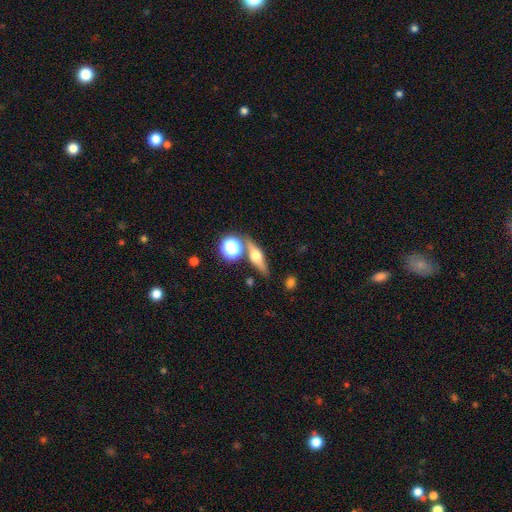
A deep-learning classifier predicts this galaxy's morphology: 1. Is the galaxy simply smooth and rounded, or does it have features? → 57% featured or disk, 32% smooth, 11% star or artifact.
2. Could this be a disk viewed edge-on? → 91% yes, 9% no.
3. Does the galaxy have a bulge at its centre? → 94% rounded, 4% boxy, 2% none.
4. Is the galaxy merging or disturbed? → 76% none, 11% merger, 10% minor disturbance, 3% major disturbance.